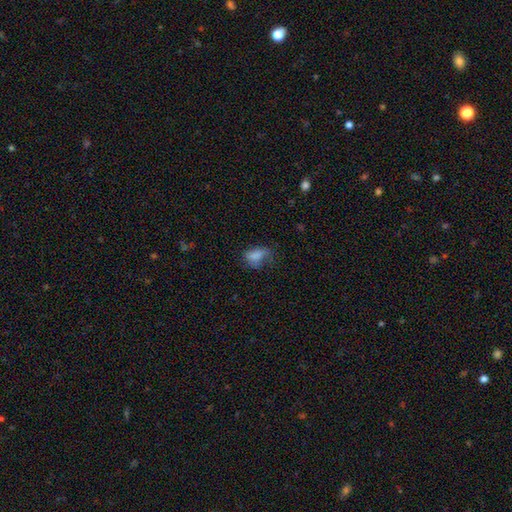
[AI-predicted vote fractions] Smooth or featured? smooth (75%)
How rounded? in between (85%)
Merging? none (38%)